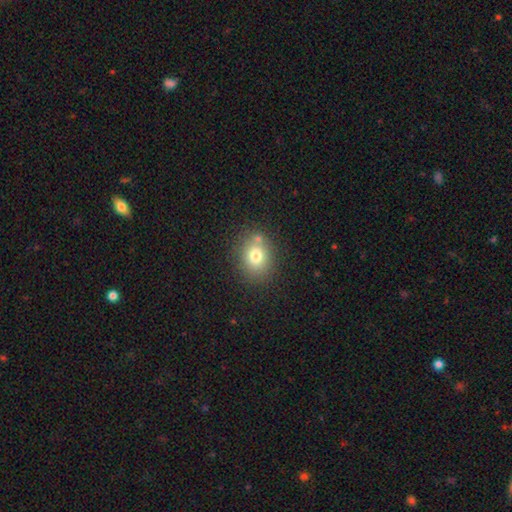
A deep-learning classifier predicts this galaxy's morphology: Overall: smooth (76%). How rounded: round (61%; in between 39%). Merging: none (74%).